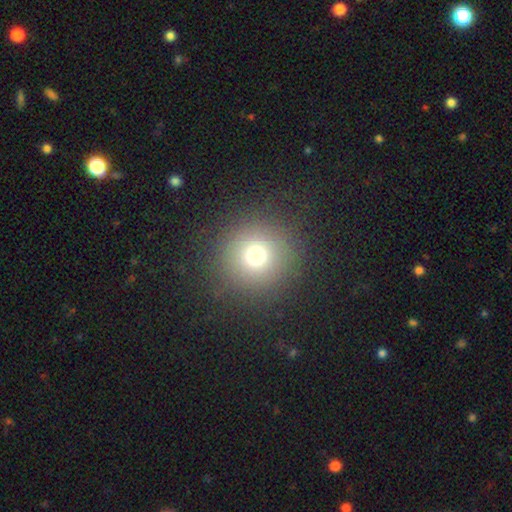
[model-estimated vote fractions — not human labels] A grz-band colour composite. It shows a smooth galaxy with no disk features (72%) that is round (94%). Merging: none (87%).